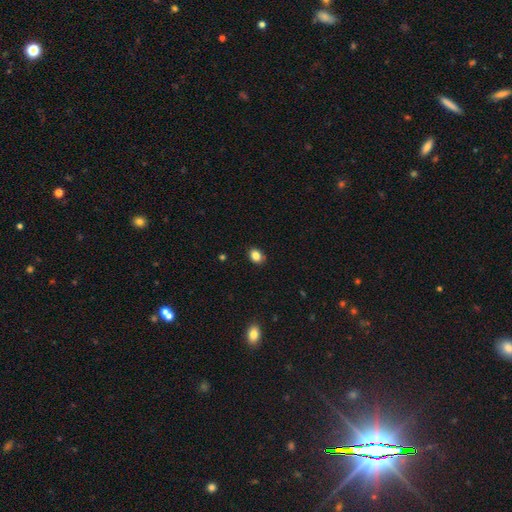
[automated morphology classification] smooth 85%, star or artifact 10%, featured or disk 5%. Down the decision tree: how rounded — in between (56%); merging — none (87%).